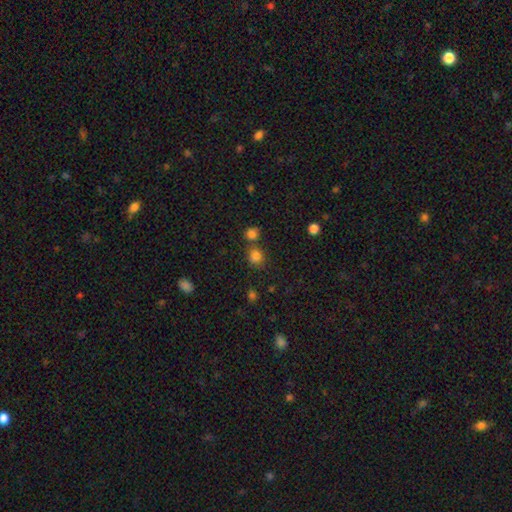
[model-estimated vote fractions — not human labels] A smooth galaxy with no disk features (80%) that is round (77%).

Vote fractions:
- Smooth or featured? smooth: 80% / star or artifact: 15% / featured or disk: 5%
- How rounded? round: 77% / in between: 22% / cigar-shaped: 1%
- Merging? none: 64% / merger: 22% / minor disturbance: 10% / major disturbance: 4%